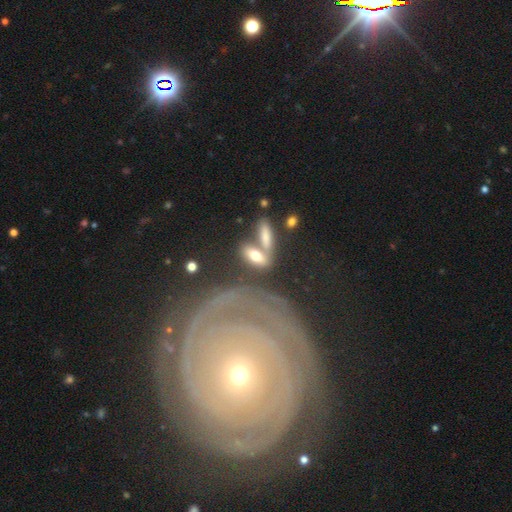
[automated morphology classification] Smooth or featured? smooth (70%)
How rounded? in between (66%)
Merging? none (49%)